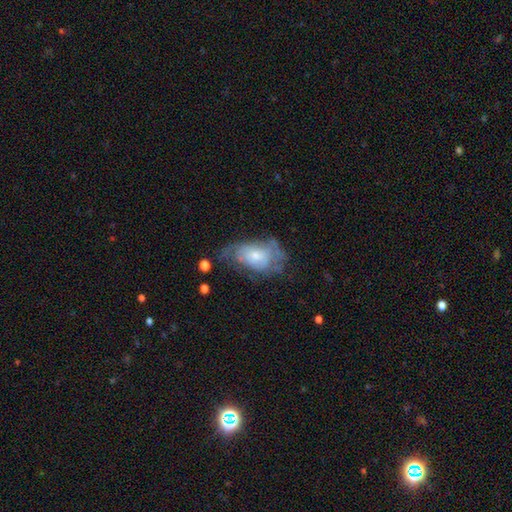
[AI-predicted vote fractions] Overall: featured or disk (61%; smooth 31%). Edge-on disk: no (94%). Bar: no (78%). Spiral arms: yes (68%; no 32%). Bulge size: small (50%; moderate 40%). Merging: none (46%; minor disturbance 29%).